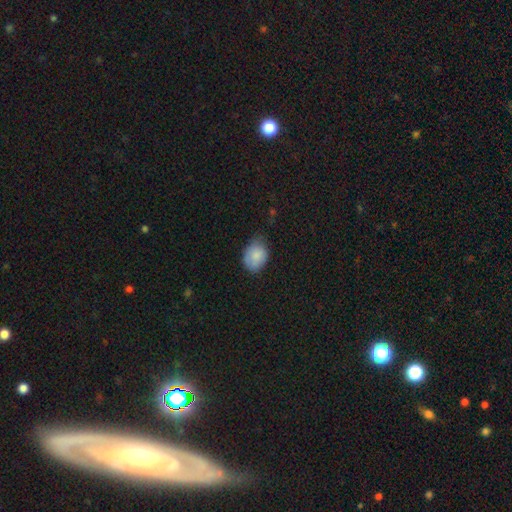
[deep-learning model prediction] smooth 85%, featured or disk 8%, star or artifact 7%. Down the decision tree: how rounded — in between (63%); merging — none (57%).